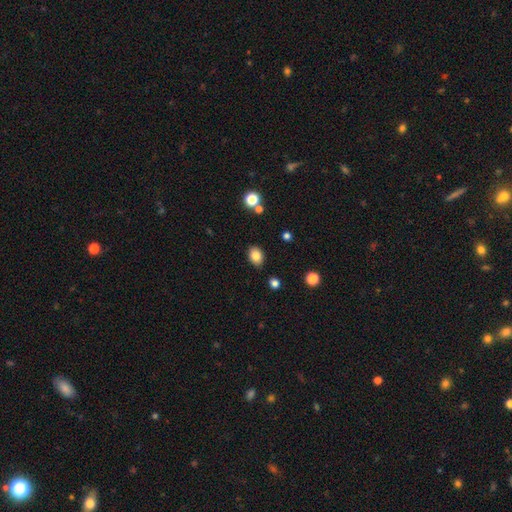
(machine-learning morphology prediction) A smooth galaxy with no disk features (83%) that is in between round and cigar-shaped (72%).

Vote fractions:
- Smooth or featured? smooth: 83% / star or artifact: 10% / featured or disk: 7%
- How rounded? in between: 72% / round: 27% / cigar-shaped: 1%
- Merging? none: 84% / minor disturbance: 12% / major disturbance: 2% / merger: 2%